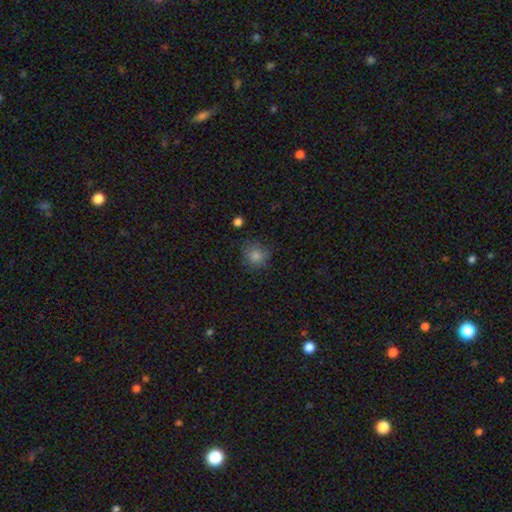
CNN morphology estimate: Smooth or featured? smooth (81%)
How rounded? round (86%)
Merging? none (79%)